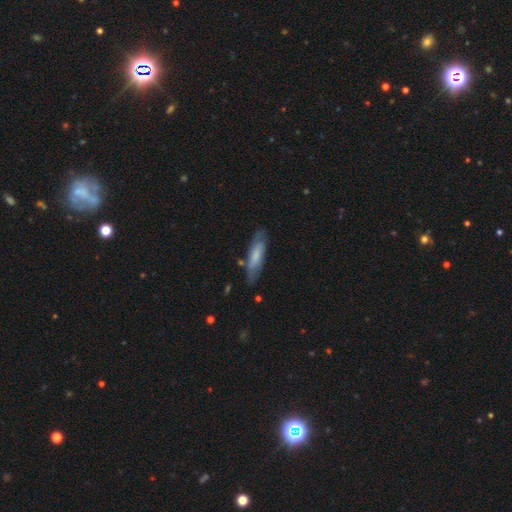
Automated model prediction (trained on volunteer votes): Q: Smooth or featured?
A: smooth (62%); runner-up: featured or disk (33%)
Q: How rounded?
A: cigar-shaped (66%); runner-up: in between (32%)
Q: Merging?
A: none (73%); runner-up: minor disturbance (19%)